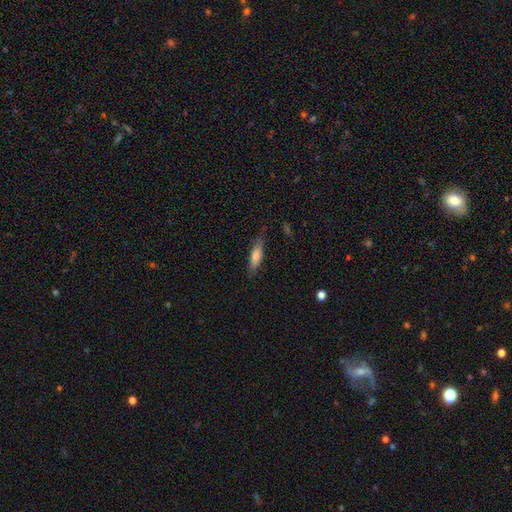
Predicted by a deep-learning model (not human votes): Smooth or featured: smooth — 70% (featured or disk — 23%)
How rounded: cigar-shaped — 64% (in between — 34%)
Merging: none — 74% (minor disturbance — 20%)